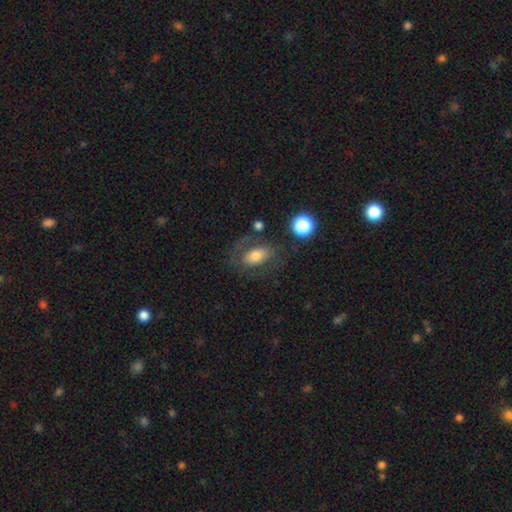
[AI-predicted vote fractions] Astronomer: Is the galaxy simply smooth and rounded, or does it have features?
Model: smooth — 56% (runner-up: featured or disk, 34%).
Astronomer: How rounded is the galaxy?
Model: in between — 82%.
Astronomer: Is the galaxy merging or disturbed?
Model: none — 55%.